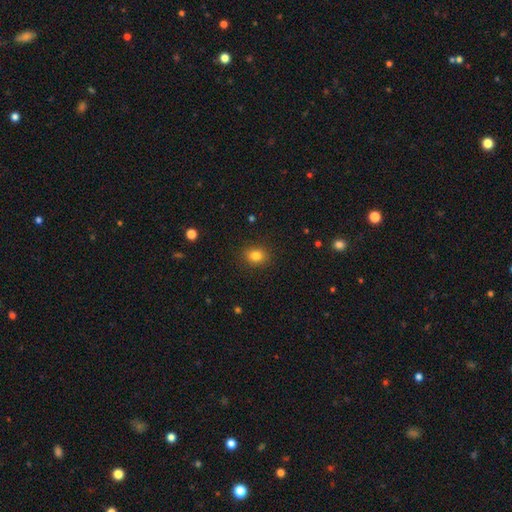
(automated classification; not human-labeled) smooth-or-featured: smooth: 82% | star or artifact: 12% | featured or disk: 6%
  how-rounded: round: 59% | in between: 40% | cigar-shaped: 1%
  merging: none: 89% | minor disturbance: 8% | major disturbance: 2% | merger: 1%